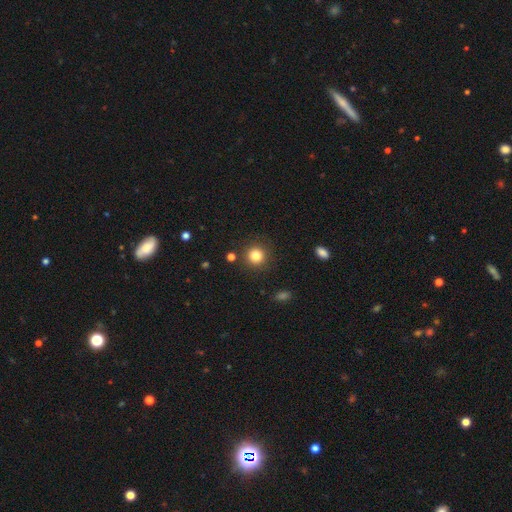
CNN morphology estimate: smooth_or_featured: smooth (p=0.83) [alt: star or artifact p=0.12]
how_rounded: round (p=0.93) [alt: in between p=0.06]
merging: none (p=0.88) [alt: minor disturbance p=0.07]